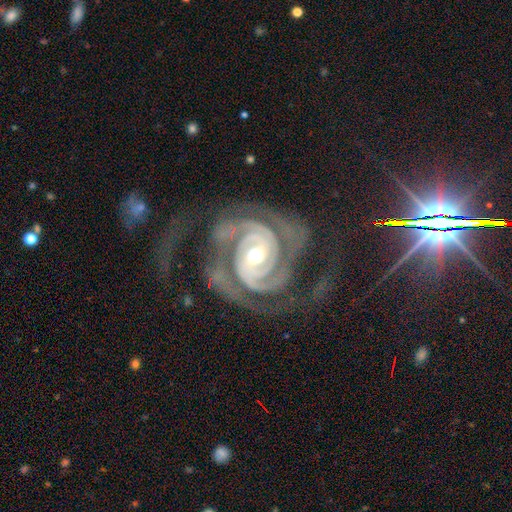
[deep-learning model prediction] A featured or disk galaxy (93%) with no bar (37%), 2 (53%) tight (73%) spiral arms (99%) and a moderate central bulge (66%).

Vote fractions:
- Smooth or featured? featured or disk: 93% / star or artifact: 4% / smooth: 3%
- Edge-on disk? no: 98% / yes: 2%
- Bar? no: 37% / weak: 34% / strong: 29%
- Spiral arms? yes: 99% / no: 1%
- Spiral winding? tight: 73% / medium: 23% / loose: 4%
- Spiral arm count? 2: 53% / 3: 24% / can't tell: 7% / 4: 7% / more than 4: 5% / 1: 5%
- Bulge size? moderate: 66% / small: 28% / large: 5% / dominant: 1% / none: 1%
- Merging? none: 62% / minor disturbance: 18% / major disturbance: 17% / merger: 3%